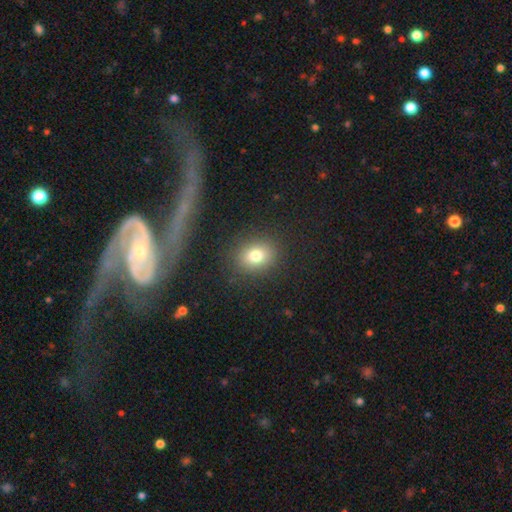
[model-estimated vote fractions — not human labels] Morphology: type=smooth (77%); roundness=round (58%); merging=none (87%).